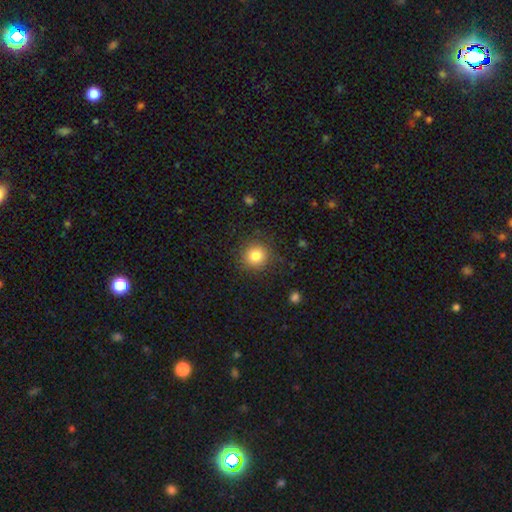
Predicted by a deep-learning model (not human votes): smooth_or_featured: smooth (p=0.82) [alt: star or artifact p=0.11]
how_rounded: round (p=0.92) [alt: in between p=0.07]
merging: none (p=0.86) [alt: minor disturbance p=0.09]